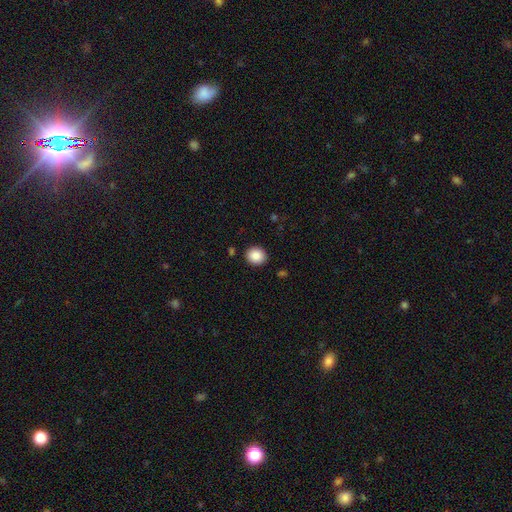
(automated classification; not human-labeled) smooth_or_featured: smooth (p=0.88) [alt: star or artifact p=0.09]
how_rounded: round (p=0.77) [alt: in between p=0.22]
merging: none (p=0.90) [alt: minor disturbance p=0.06]